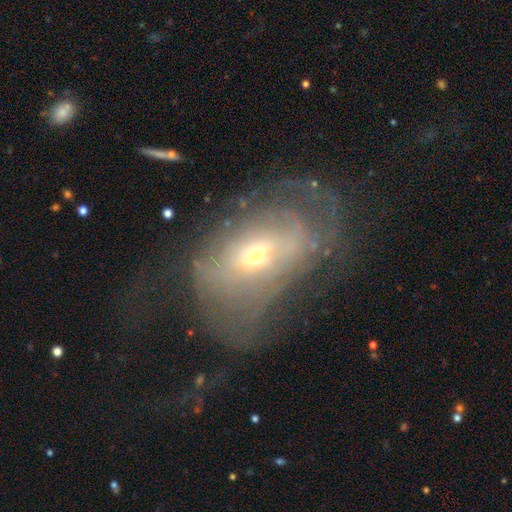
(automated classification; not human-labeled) Q: Smooth or featured?
A: featured or disk (66%); runner-up: smooth (24%)
Q: Edge-on disk?
A: no (90%); runner-up: yes (10%)
Q: Bar?
A: no (58%); runner-up: weak (30%)
Q: Spiral arms?
A: yes (56%); runner-up: no (44%)
Q: Bulge size?
A: small (63%); runner-up: moderate (32%)
Q: Merging?
A: none (44%); runner-up: major disturbance (30%)